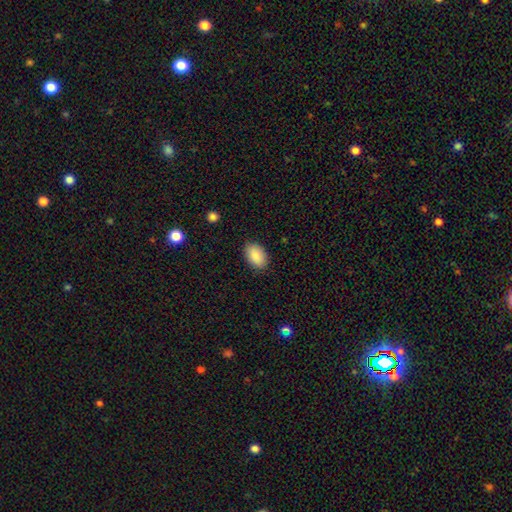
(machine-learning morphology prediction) smooth-or-featured: smooth: 89% | star or artifact: 7% | featured or disk: 5%
  how-rounded: in between: 90% | round: 8% | cigar-shaped: 1%
  merging: none: 87% | minor disturbance: 10% | major disturbance: 2% | merger: 1%